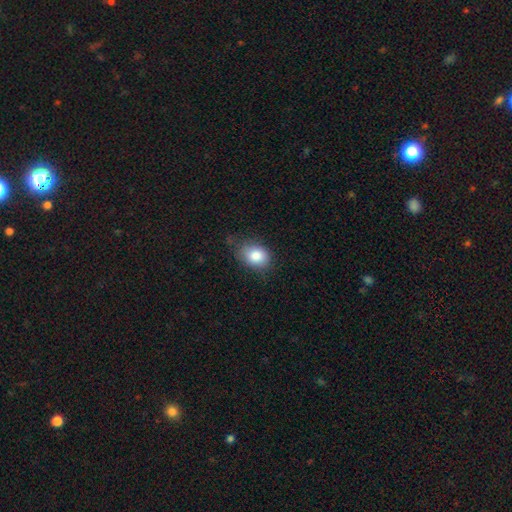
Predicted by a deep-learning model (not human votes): A smooth galaxy with no disk features (84%) that is in between round and cigar-shaped (66%).

Vote fractions:
- Smooth or featured? smooth: 84% / star or artifact: 8% / featured or disk: 8%
- How rounded? in between: 66% / round: 32% / cigar-shaped: 1%
- Merging? none: 67% / minor disturbance: 25% / major disturbance: 6% / merger: 2%